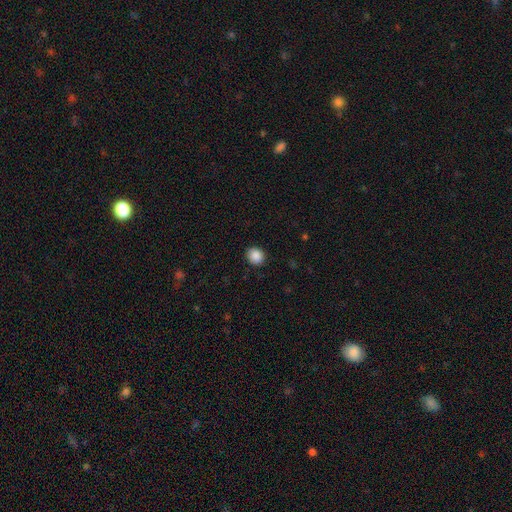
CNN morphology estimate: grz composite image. It shows a smooth galaxy with no disk features (88%) that is round (75%). Merging: none (90%).